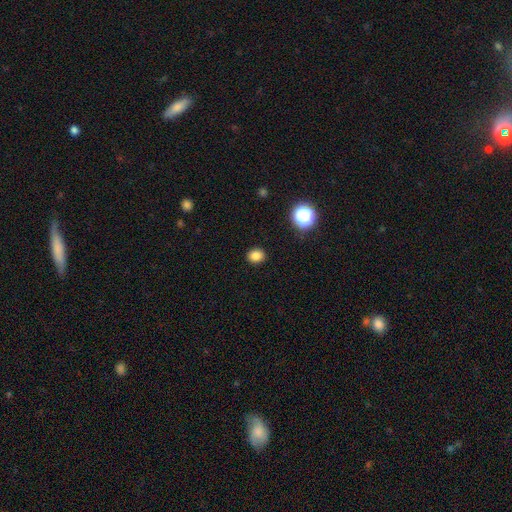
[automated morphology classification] smooth_or_featured: smooth (p=0.83) [alt: star or artifact p=0.13]
how_rounded: round (p=0.64) [alt: in between p=0.35]
merging: none (p=0.90) [alt: minor disturbance p=0.06]